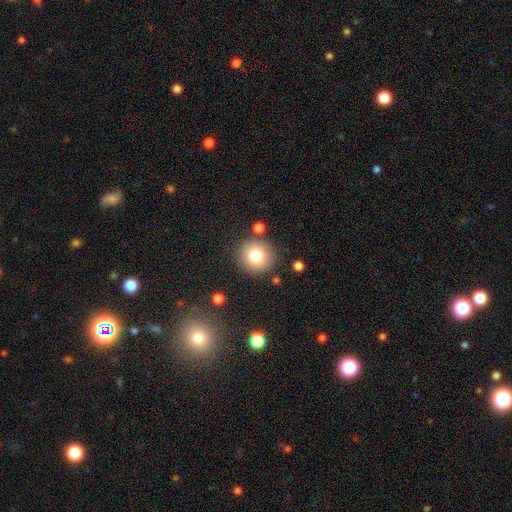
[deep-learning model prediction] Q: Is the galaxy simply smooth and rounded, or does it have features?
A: smooth — 80%.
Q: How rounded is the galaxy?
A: round — 93%.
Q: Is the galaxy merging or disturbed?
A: none — 84%.